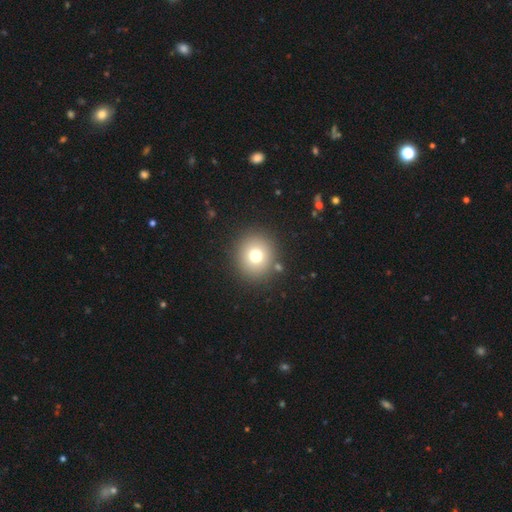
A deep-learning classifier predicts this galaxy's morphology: Smooth or featured?
  - smooth: 75% *
  - star or artifact: 14%
  - featured or disk: 12%
How rounded?
  - round: 87% *
  - in between: 12%
  - cigar-shaped: 1%
Merging?
  - none: 88% *
  - minor disturbance: 7%
  - merger: 3%
  - major disturbance: 3%